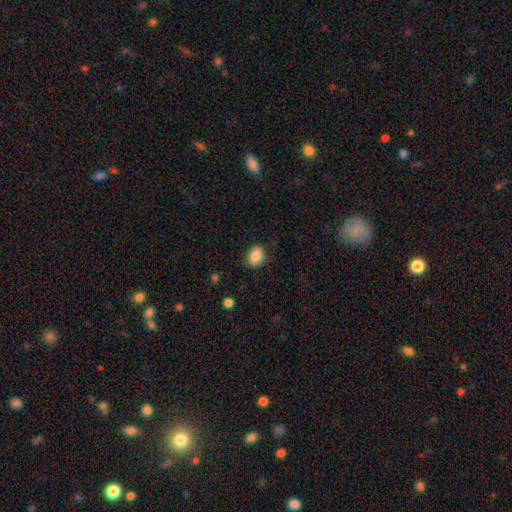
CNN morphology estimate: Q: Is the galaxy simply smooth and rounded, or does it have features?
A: smooth — 87%.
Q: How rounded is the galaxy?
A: in between — 59%.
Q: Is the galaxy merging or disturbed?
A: none — 83%.